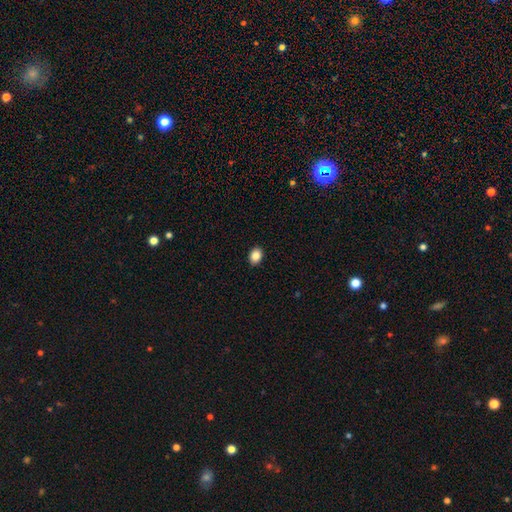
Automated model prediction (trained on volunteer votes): smooth_or_featured: smooth (p=0.87) [alt: star or artifact p=0.09]
how_rounded: in between (p=0.69) [alt: round p=0.30]
merging: none (p=0.91) [alt: minor disturbance p=0.07]